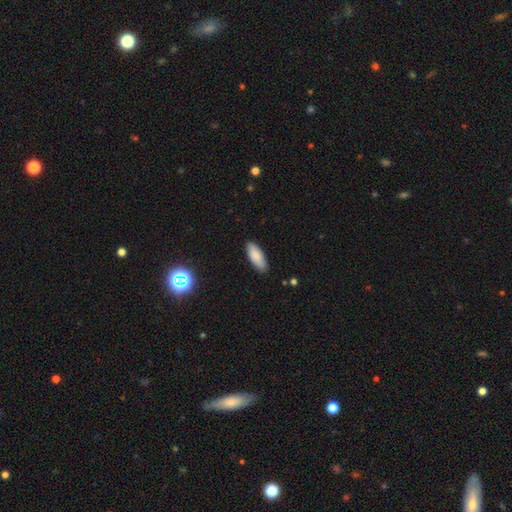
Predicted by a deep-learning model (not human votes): This is clearly a smooth galaxy (85%). How rounded: likely in between (75%). Merging: clearly none (88%).